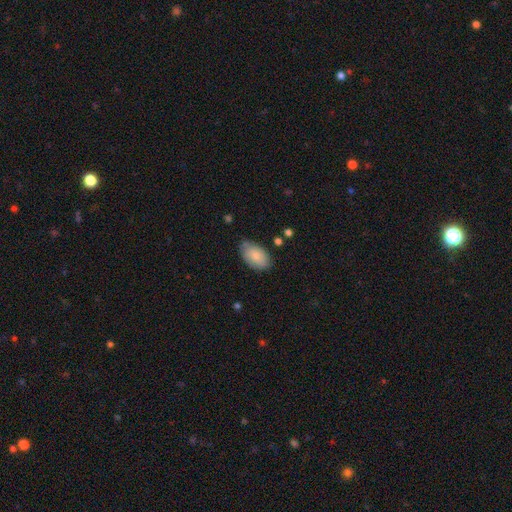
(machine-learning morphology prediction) smooth-or-featured: smooth: 78% | featured or disk: 16% | star or artifact: 7%
  how-rounded: in between: 92% | round: 6% | cigar-shaped: 1%
  merging: none: 73% | minor disturbance: 22% | major disturbance: 4% | merger: 2%